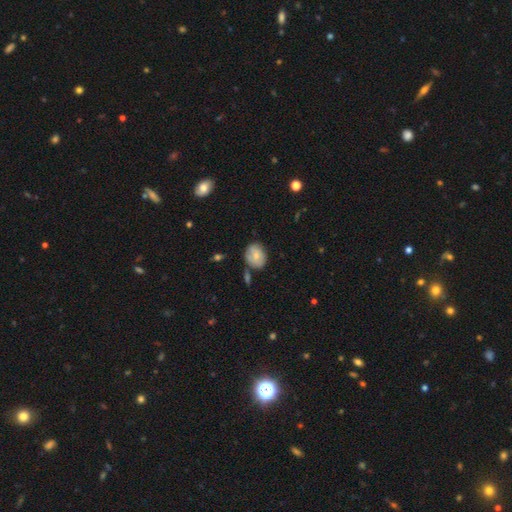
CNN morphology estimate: This is likely a smooth galaxy (64%). How rounded: possibly in between (50%). Merging: likely none (63%).